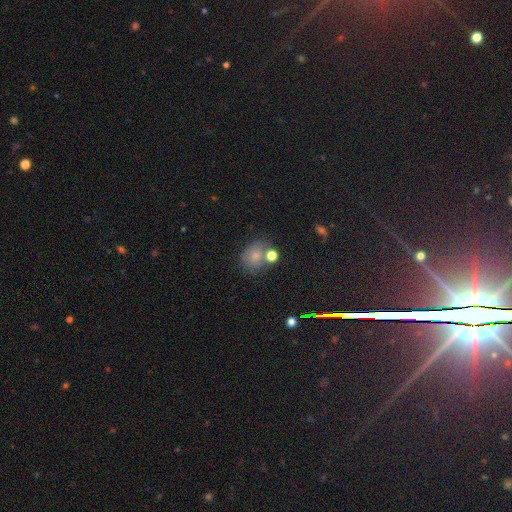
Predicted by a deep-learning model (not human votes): smooth_or_featured: smooth (p=0.73) [alt: featured or disk p=0.14]
how_rounded: round (p=0.56) [alt: in between p=0.43]
merging: none (p=0.54) [alt: merger p=0.21]